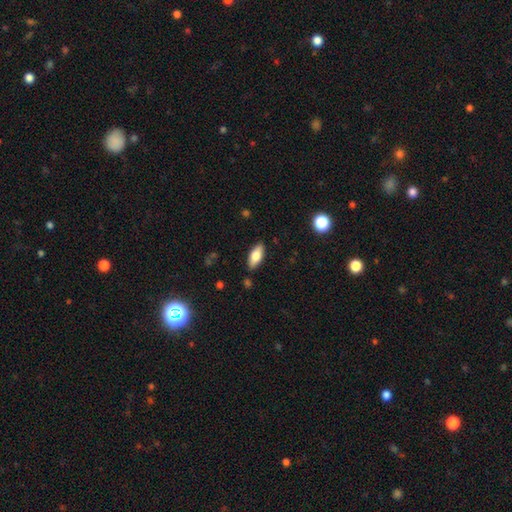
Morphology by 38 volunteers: Smooth or featured?
  - smooth: 82% *
  - featured or disk: 13%
  - star or artifact: 5%
How rounded?
  - in between: 77% *
  - cigar-shaped: 23%
  - round: 0%
Merging?
  - none: 89% *
  - minor disturbance: 8%
  - major disturbance: 3%
  - merger: 0%